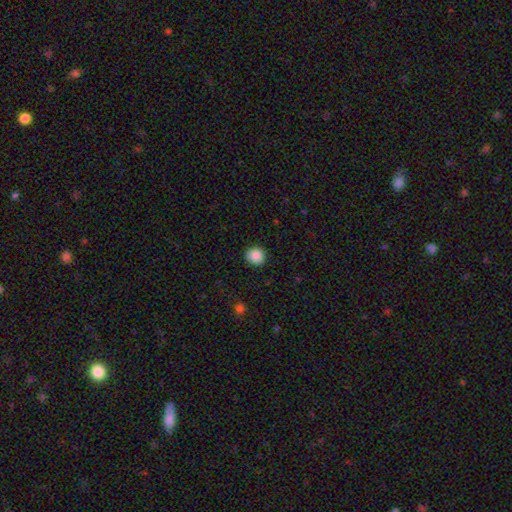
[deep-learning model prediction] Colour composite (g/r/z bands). It shows a smooth galaxy with no disk features (88%) that is round (90%). Merging: none (91%).